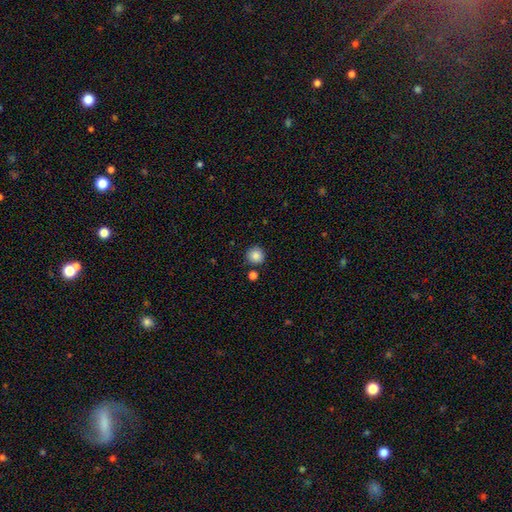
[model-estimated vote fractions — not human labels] Smooth or featured? Predicted: smooth (p=0.86). How rounded? Predicted: round (p=0.94). Merging? Predicted: none (p=0.85).